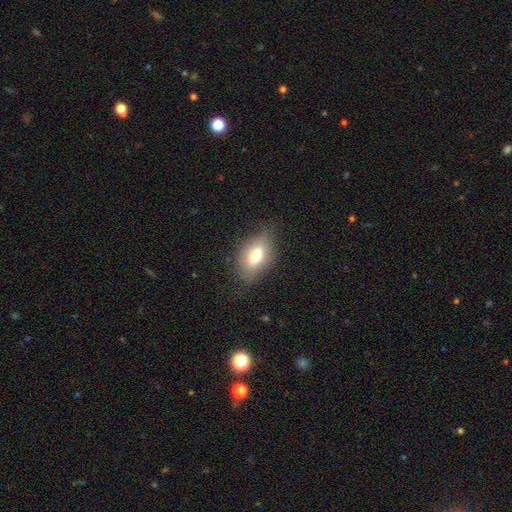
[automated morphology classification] smooth_or_featured: smooth (p=0.76) [alt: featured or disk p=0.17]
how_rounded: in between (p=0.87) [alt: cigar-shaped p=0.08]
merging: none (p=0.65) [alt: minor disturbance p=0.24]